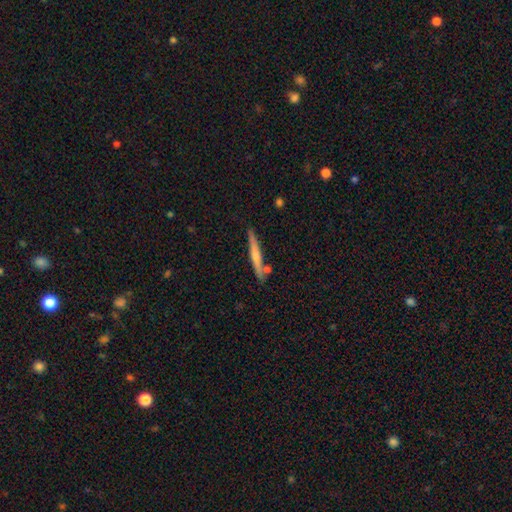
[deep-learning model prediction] Overall: smooth (52%; featured or disk 42%). How rounded: cigar-shaped (95%). Merging: none (82%).